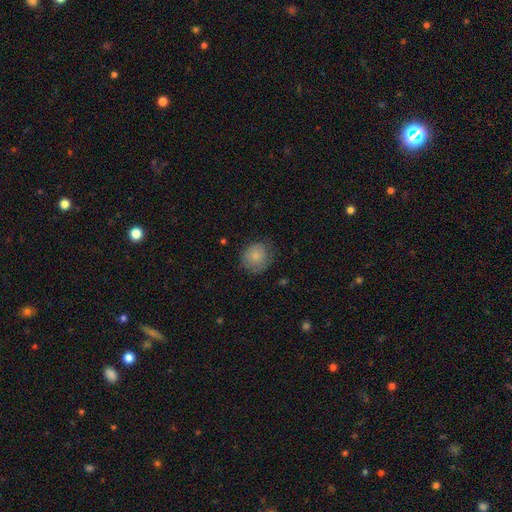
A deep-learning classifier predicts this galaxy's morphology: smooth_or_featured: smooth (p=0.75) [alt: featured or disk p=0.18]
how_rounded: round (p=0.79) [alt: in between p=0.20]
merging: none (p=0.65) [alt: minor disturbance p=0.25]